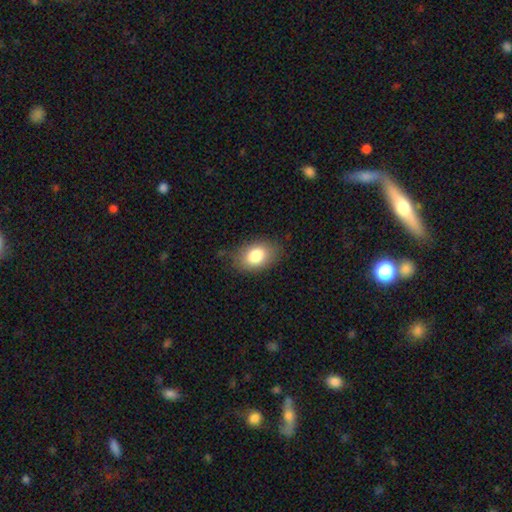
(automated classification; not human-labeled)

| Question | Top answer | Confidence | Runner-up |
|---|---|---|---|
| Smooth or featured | smooth | 81% | featured or disk (11%) |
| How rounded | in between | 82% | round (17%) |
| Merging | none | 79% | minor disturbance (16%) |